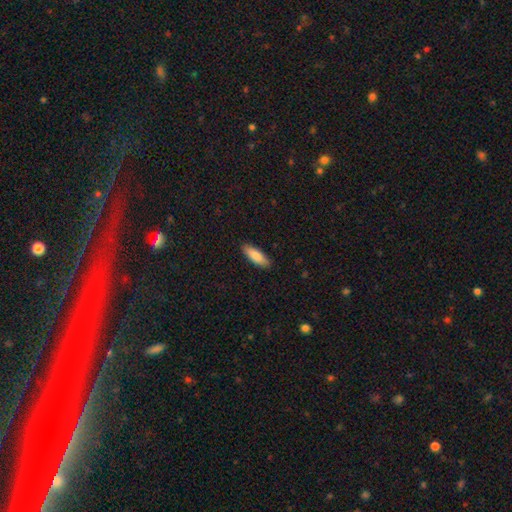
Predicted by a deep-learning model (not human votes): Smooth or featured: smooth — 84% (featured or disk — 10%)
How rounded: in between — 55% (cigar-shaped — 43%)
Merging: none — 89% (minor disturbance — 9%)